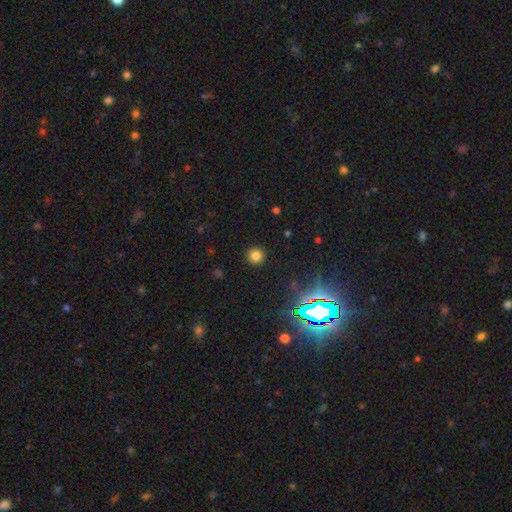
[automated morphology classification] type=smooth (78%); roundness=round (94%); merging=none (91%).